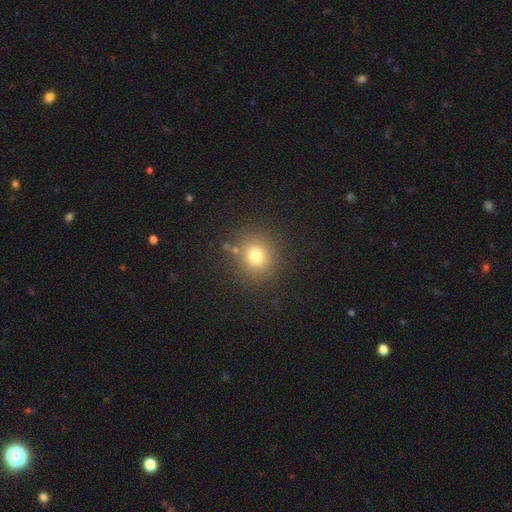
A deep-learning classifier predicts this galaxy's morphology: A smooth galaxy with no disk features (74%) that is round (86%).

Vote fractions:
- Smooth or featured? smooth: 74% / star or artifact: 17% / featured or disk: 9%
- How rounded? round: 86% / in between: 13% / cigar-shaped: 1%
- Merging? none: 84% / minor disturbance: 8% / major disturbance: 4% / merger: 4%